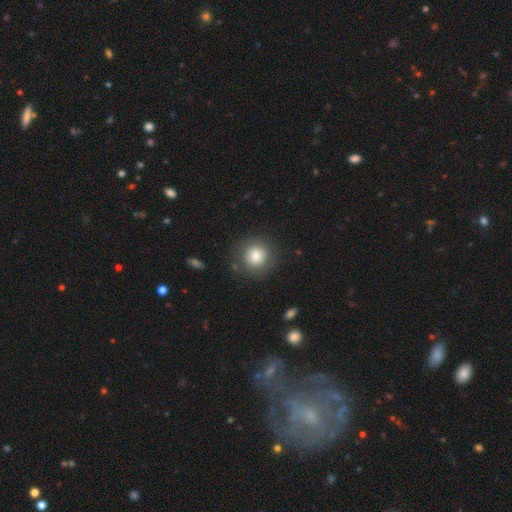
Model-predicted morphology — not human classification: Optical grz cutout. It shows a smooth galaxy with no disk features (77%) that is round (93%). Merging: none (85%).